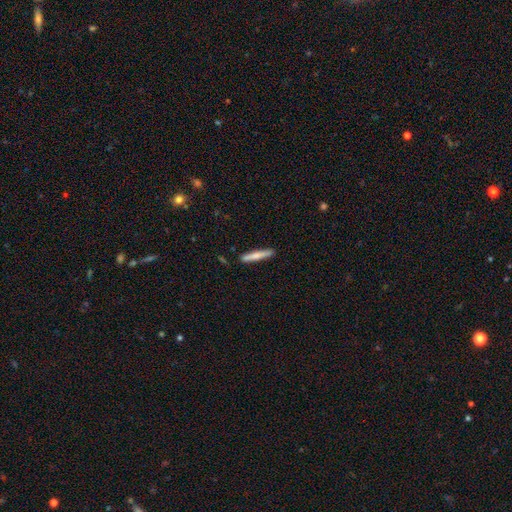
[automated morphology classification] Q: Smooth or featured?
A: smooth (70%); runner-up: featured or disk (24%)
Q: How rounded?
A: cigar-shaped (94%); runner-up: in between (5%)
Q: Merging?
A: none (88%); runner-up: minor disturbance (9%)